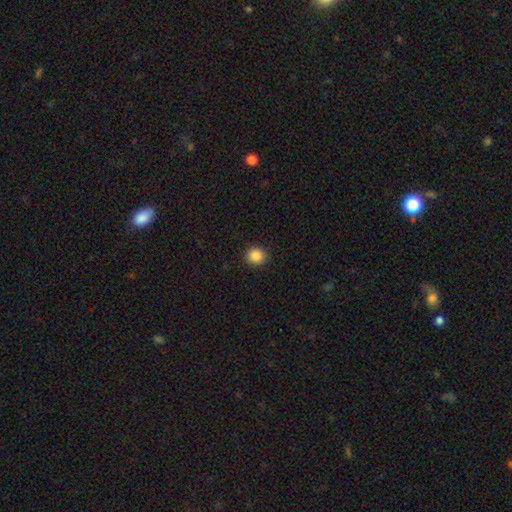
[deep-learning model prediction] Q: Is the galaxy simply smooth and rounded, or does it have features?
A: smooth — 87%.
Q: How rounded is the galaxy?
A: round — 86%.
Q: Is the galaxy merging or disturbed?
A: none — 91%.